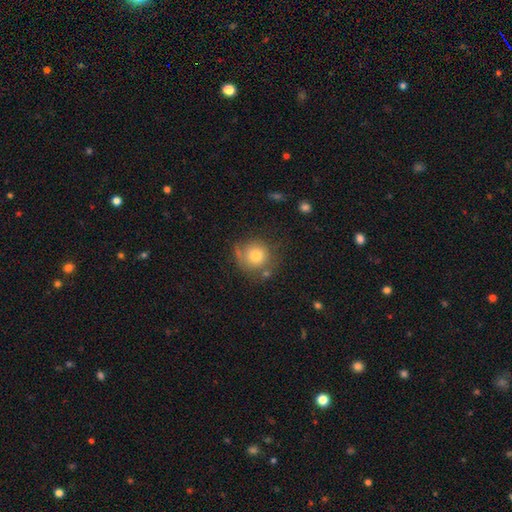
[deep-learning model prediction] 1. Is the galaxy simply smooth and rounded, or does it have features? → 73% smooth, 18% featured or disk, 9% star or artifact.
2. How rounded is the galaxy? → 90% round, 9% in between, 1% cigar-shaped.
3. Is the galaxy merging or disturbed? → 61% none, 21% minor disturbance, 11% major disturbance, 8% merger.